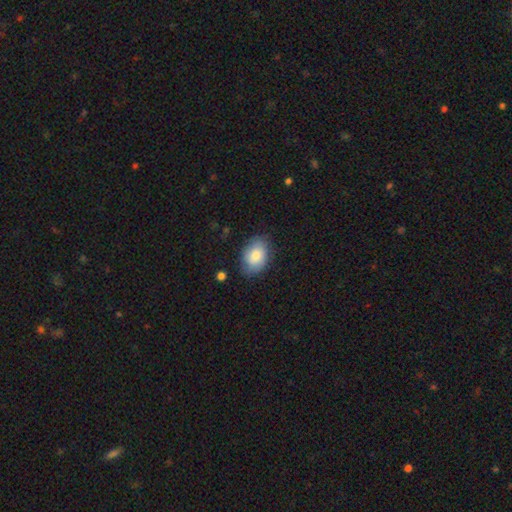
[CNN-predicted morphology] Smooth or featured? Predicted: smooth (p=0.80). How rounded? Predicted: in between (p=0.82). Merging? Predicted: none (p=0.77).